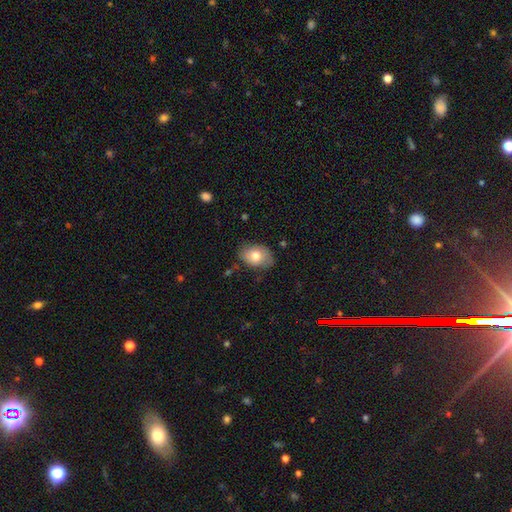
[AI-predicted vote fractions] Smooth or featured: smooth — 72% (featured or disk — 20%)
How rounded: in between — 78% (round — 21%)
Merging: none — 74% (minor disturbance — 21%)